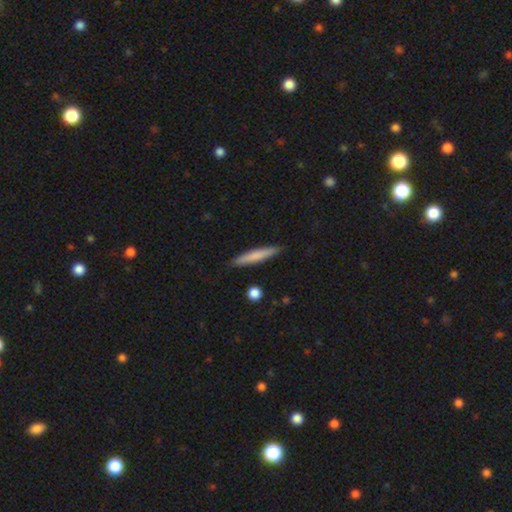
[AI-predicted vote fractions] Smooth or featured?
  - smooth: 72% *
  - featured or disk: 22%
  - star or artifact: 6%
How rounded?
  - cigar-shaped: 93% *
  - in between: 6%
  - round: 1%
Merging?
  - none: 89% *
  - minor disturbance: 8%
  - merger: 2%
  - major disturbance: 2%